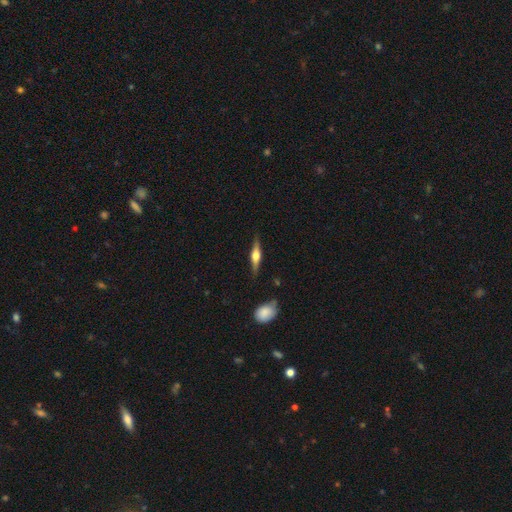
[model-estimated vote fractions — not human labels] Q: Smooth or featured?
A: featured or disk (70%); runner-up: smooth (24%)
Q: Edge-on disk?
A: yes (97%); runner-up: no (3%)
Q: Edge-on bulge?
A: rounded (93%); runner-up: boxy (6%)
Q: Merging?
A: none (85%); runner-up: minor disturbance (11%)